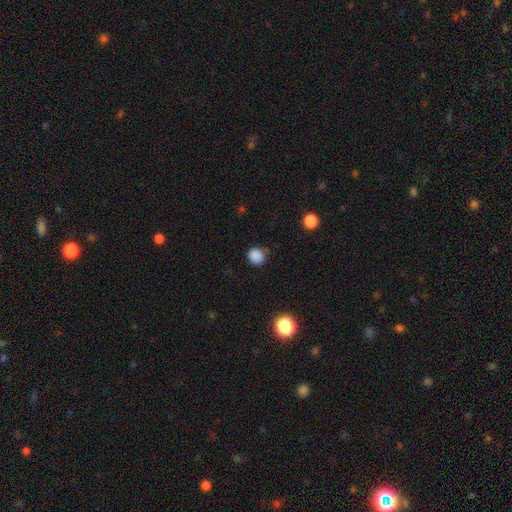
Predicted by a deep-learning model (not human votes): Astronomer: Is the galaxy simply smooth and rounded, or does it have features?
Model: smooth — 85%.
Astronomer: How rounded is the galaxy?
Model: round — 84%.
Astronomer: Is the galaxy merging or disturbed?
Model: none — 77%.